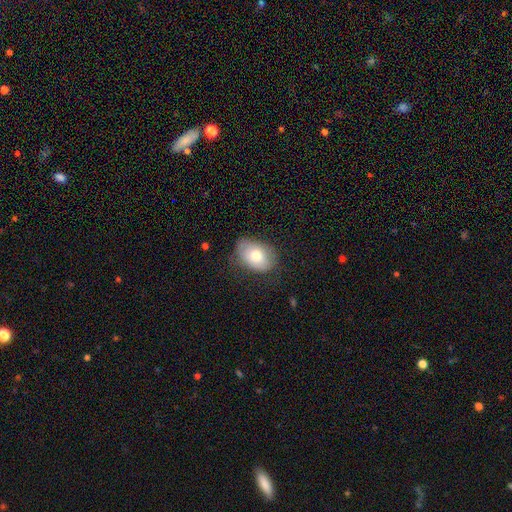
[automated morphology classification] This appears to be a smooth galaxy with no disk features (72%) that is in between round and cigar-shaped (84%). Merging: none (68%).